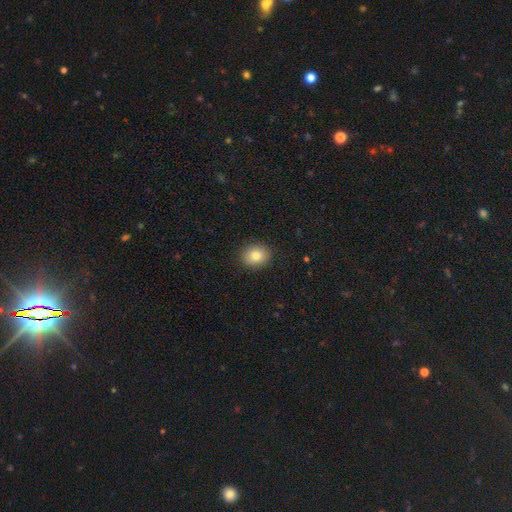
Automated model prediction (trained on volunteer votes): The model was most divided on "how rounded": round: 58%, in between: 41%, cigar-shaped: 1%. More confident: merging — none (90%); smooth or featured — smooth (81%).